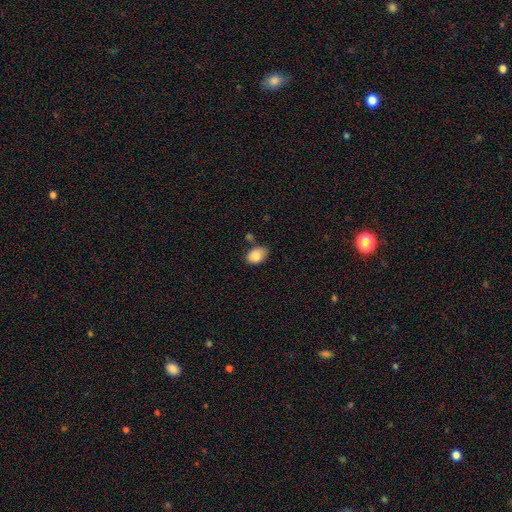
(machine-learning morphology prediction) This appears to be a smooth galaxy with no disk features (84%) that is in between round and cigar-shaped (82%). Merging: none (66%).